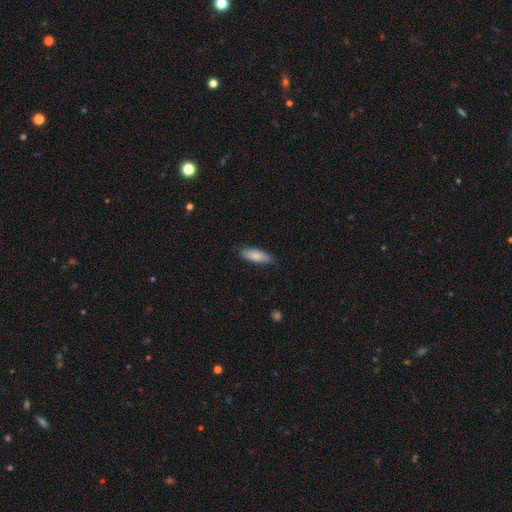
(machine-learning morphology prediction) Smooth or featured? Predicted: smooth (p=0.84). How rounded? Predicted: in between (p=0.59). Merging? Predicted: none (p=0.84).